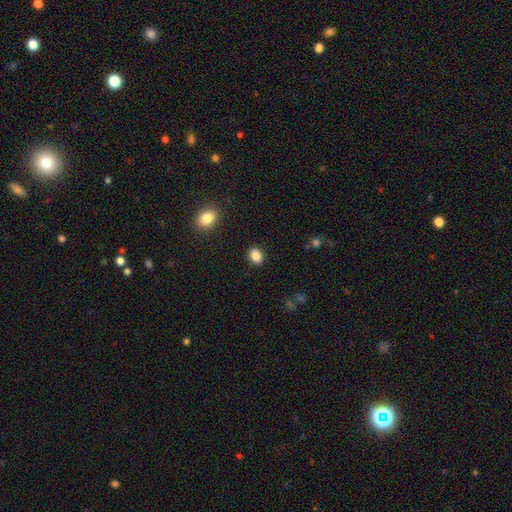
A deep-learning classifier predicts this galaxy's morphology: A smooth galaxy with no disk features (87%) that is in between round and cigar-shaped (61%). Merging: none (89%).